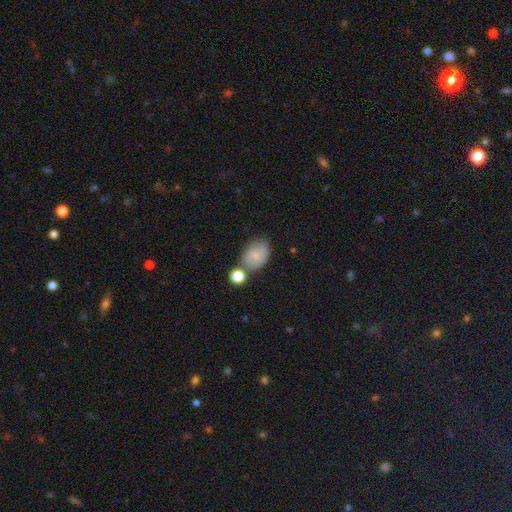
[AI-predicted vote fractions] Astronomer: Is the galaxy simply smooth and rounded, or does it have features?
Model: smooth — 73%.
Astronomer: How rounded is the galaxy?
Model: in between — 74%.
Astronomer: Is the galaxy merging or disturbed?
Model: none — 59%.